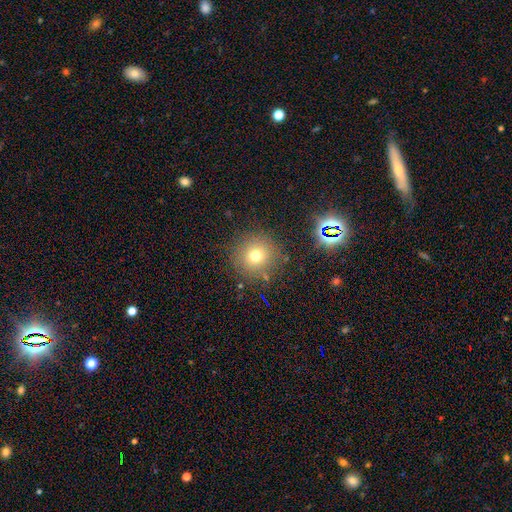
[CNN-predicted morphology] Smooth or featured? smooth (70%)
How rounded? round (93%)
Merging? none (85%)